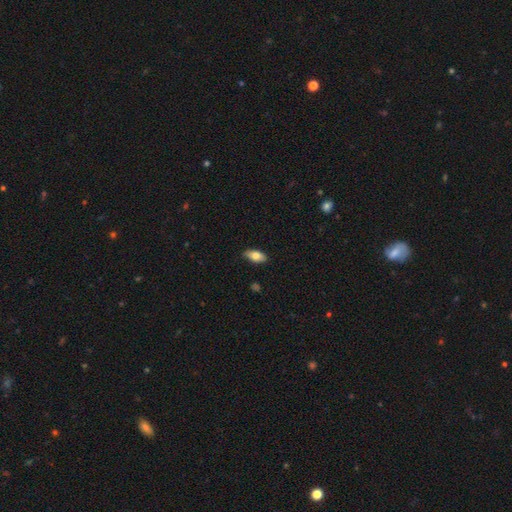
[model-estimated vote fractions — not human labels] Smooth or featured?
  - smooth: 77% *
  - featured or disk: 17%
  - star or artifact: 7%
How rounded?
  - in between: 88% *
  - cigar-shaped: 9%
  - round: 3%
Merging?
  - none: 85% *
  - minor disturbance: 12%
  - major disturbance: 2%
  - merger: 1%